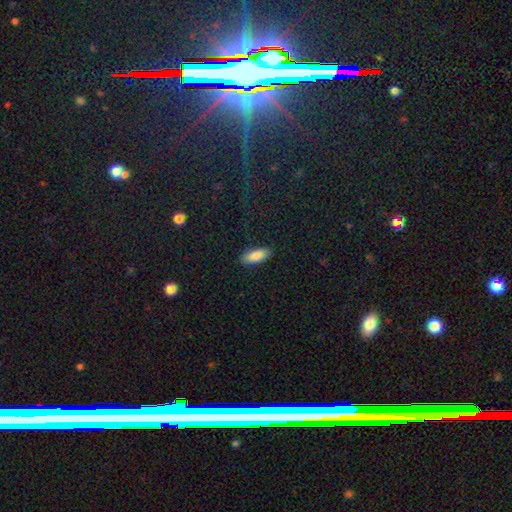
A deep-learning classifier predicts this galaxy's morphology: Smooth or featured? Predicted: smooth (p=0.86). How rounded? Predicted: in between (p=0.82). Merging? Predicted: none (p=0.88).